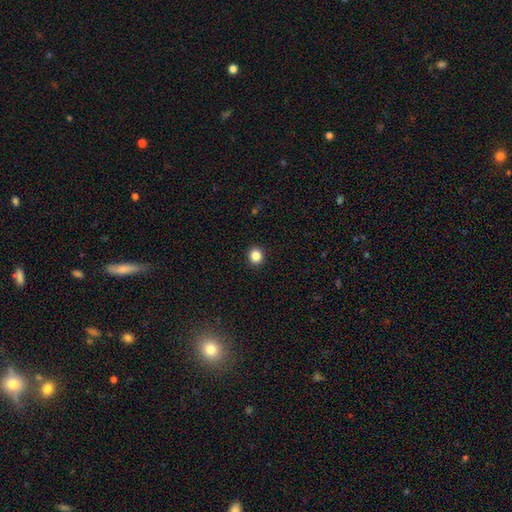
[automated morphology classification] Smooth or featured? smooth (85%)
How rounded? round (80%)
Merging? none (93%)